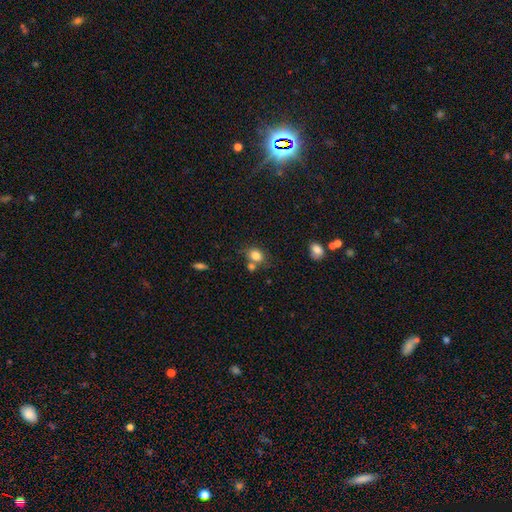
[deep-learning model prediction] A smooth galaxy with no disk features (82%) that is in between round and cigar-shaped (59%). Merging: none (56%).